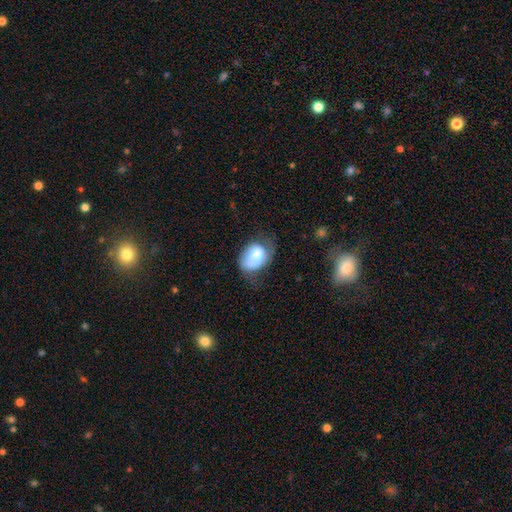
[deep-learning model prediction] The model was most divided on "merging": minor disturbance: 37%, none: 35%, major disturbance: 23%, merger: 5%. More confident: how rounded — in between (73%); smooth or featured — smooth (70%).